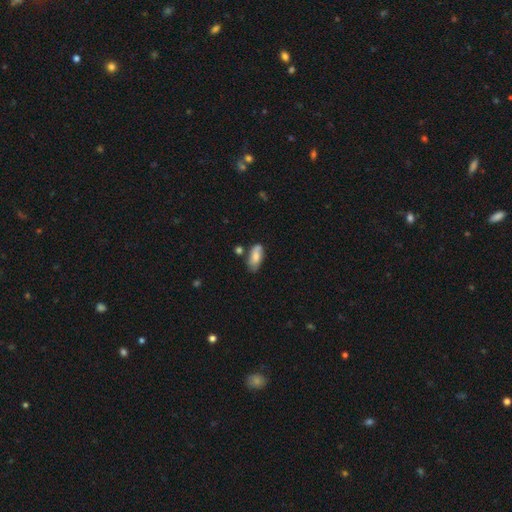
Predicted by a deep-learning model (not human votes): Overall: smooth (67%). How rounded: in between (87%). Merging: none (58%; minor disturbance 27%).